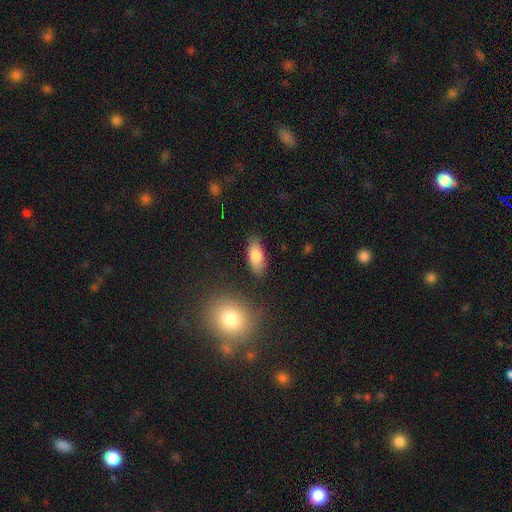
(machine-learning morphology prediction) Smooth or featured? smooth (80%)
How rounded? in between (86%)
Merging? none (81%)